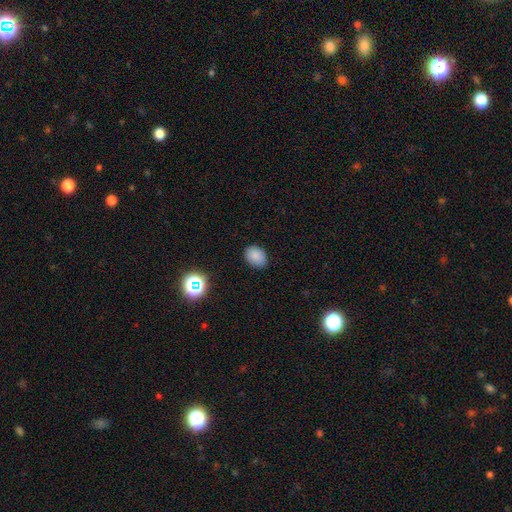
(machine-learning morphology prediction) Q: Smooth or featured?
A: smooth (83%); runner-up: star or artifact (11%)
Q: How rounded?
A: in between (73%); runner-up: round (26%)
Q: Merging?
A: none (86%); runner-up: minor disturbance (11%)